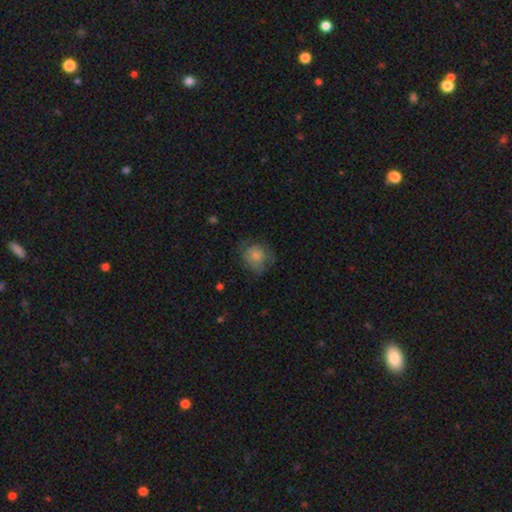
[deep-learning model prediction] Smooth or featured? Predicted: smooth (p=0.74). How rounded? Predicted: round (p=0.77). Merging? Predicted: none (p=0.60).